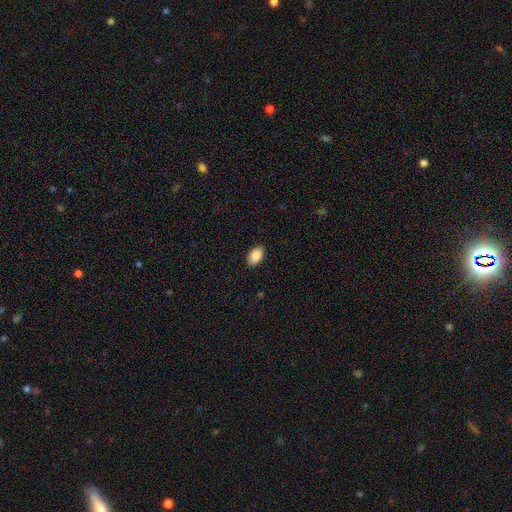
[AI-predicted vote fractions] Smooth or featured?
  - smooth: 90% *
  - star or artifact: 7%
  - featured or disk: 3%
How rounded?
  - in between: 91% *
  - round: 8%
  - cigar-shaped: 1%
Merging?
  - none: 90% *
  - minor disturbance: 7%
  - major disturbance: 2%
  - merger: 1%